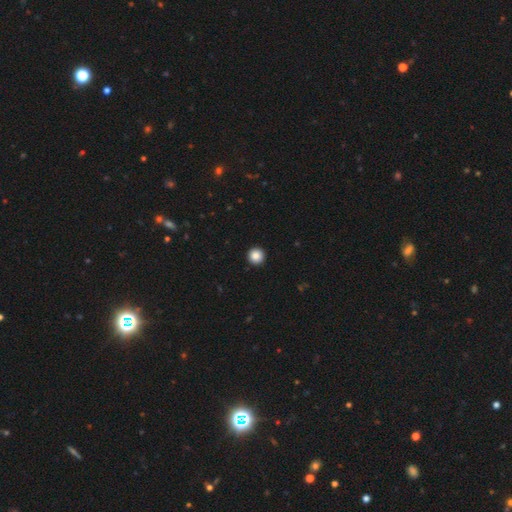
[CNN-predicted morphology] A smooth galaxy with no disk features (87%) that is round (97%).

Vote fractions:
- Smooth or featured? smooth: 87% / star or artifact: 10% / featured or disk: 4%
- How rounded? round: 97% / in between: 2% / cigar-shaped: 1%
- Merging? none: 94% / minor disturbance: 3% / major disturbance: 1% / merger: 1%